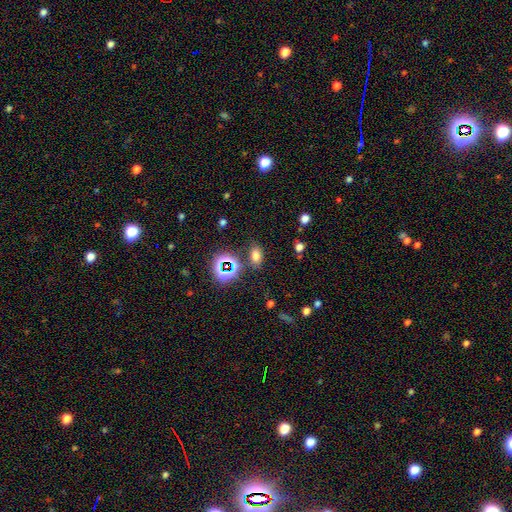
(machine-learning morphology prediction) This appears to be a smooth galaxy with no disk features (68%) that is in between round and cigar-shaped (81%). Merging: none (78%).